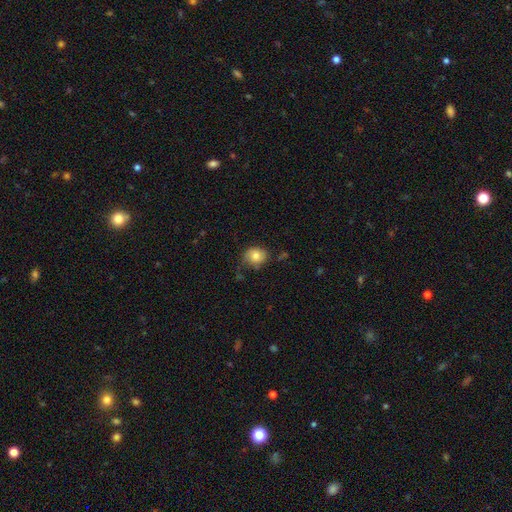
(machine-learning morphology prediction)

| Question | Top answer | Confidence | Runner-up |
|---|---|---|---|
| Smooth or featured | smooth | 79% | featured or disk (12%) |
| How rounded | round | 62% | in between (37%) |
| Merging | none | 67% | minor disturbance (24%) |